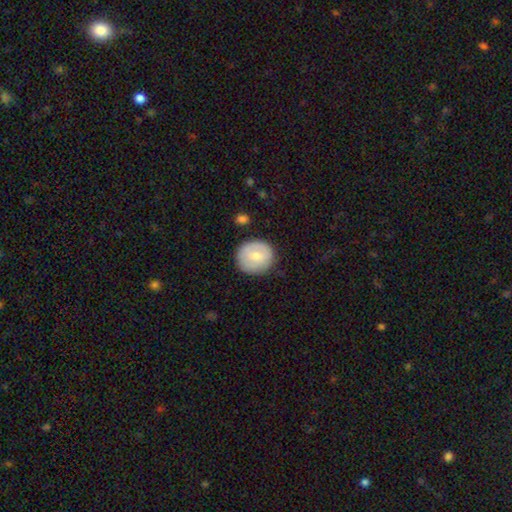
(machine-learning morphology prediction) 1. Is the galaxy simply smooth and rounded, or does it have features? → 65% smooth, 29% featured or disk, 6% star or artifact.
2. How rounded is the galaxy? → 85% round, 15% in between, 1% cigar-shaped.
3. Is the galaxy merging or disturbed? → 82% none, 13% minor disturbance, 3% major disturbance, 2% merger.